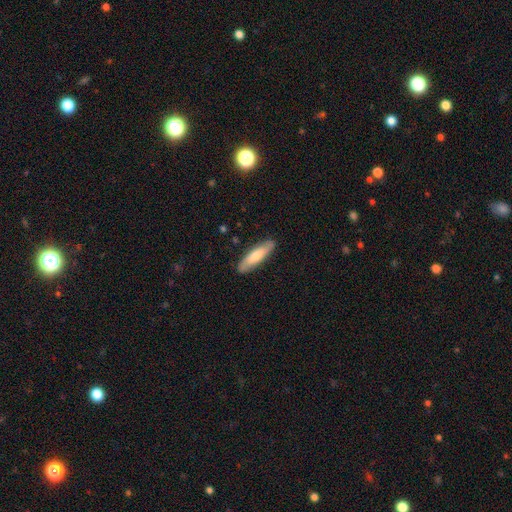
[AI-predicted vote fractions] Smooth or featured: smooth — 69% (featured or disk — 25%)
How rounded: cigar-shaped — 72% (in between — 26%)
Merging: none — 87% (minor disturbance — 10%)